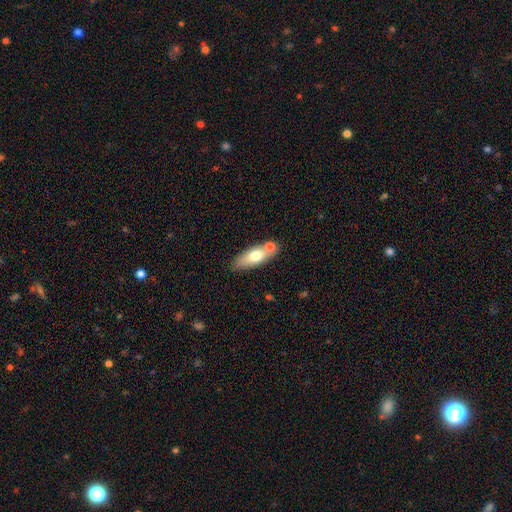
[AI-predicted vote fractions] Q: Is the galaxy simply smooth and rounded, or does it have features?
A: smooth — 64%.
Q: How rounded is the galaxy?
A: in between — 67%.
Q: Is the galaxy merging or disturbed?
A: none — 58%.